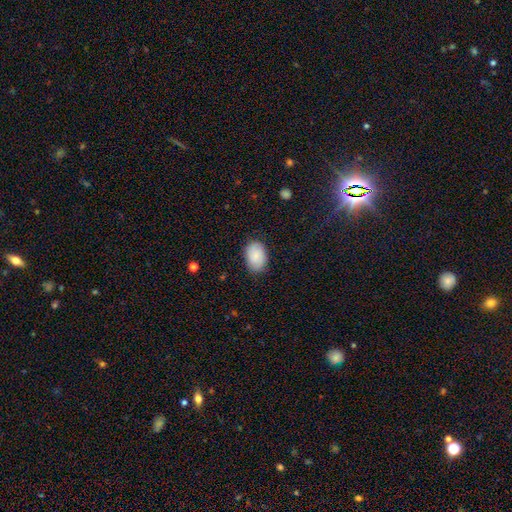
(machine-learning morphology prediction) smooth 85%, featured or disk 9%, star or artifact 6%. Down the decision tree: how rounded — in between (86%); merging — none (81%).